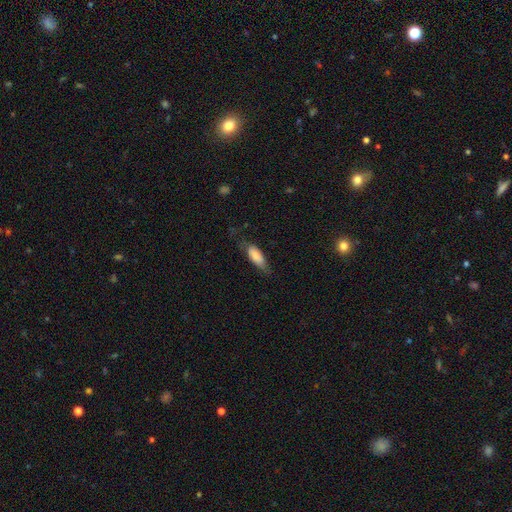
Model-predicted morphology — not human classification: Smooth or featured: smooth — 77% (featured or disk — 17%)
How rounded: in between — 70% (cigar-shaped — 28%)
Merging: none — 57% (minor disturbance — 28%)